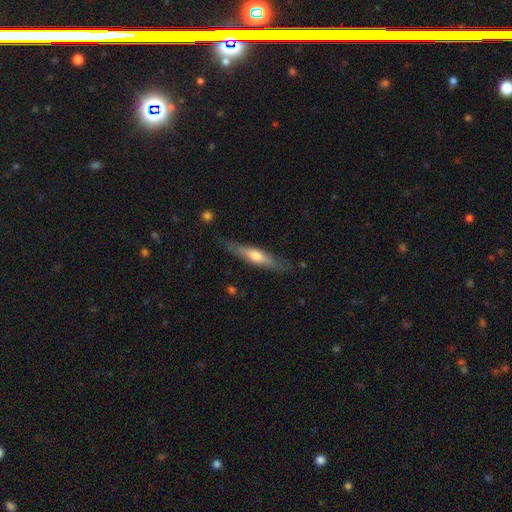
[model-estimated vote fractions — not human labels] Smooth or featured? smooth (49%)
Merging? none (78%)